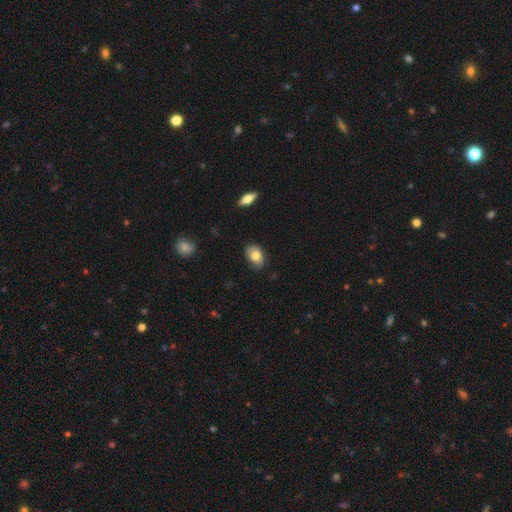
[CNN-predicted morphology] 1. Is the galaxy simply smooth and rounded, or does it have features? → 80% smooth, 13% featured or disk, 8% star or artifact.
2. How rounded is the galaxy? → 83% in between, 15% round, 1% cigar-shaped.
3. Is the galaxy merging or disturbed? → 82% none, 14% minor disturbance, 2% major disturbance, 1% merger.